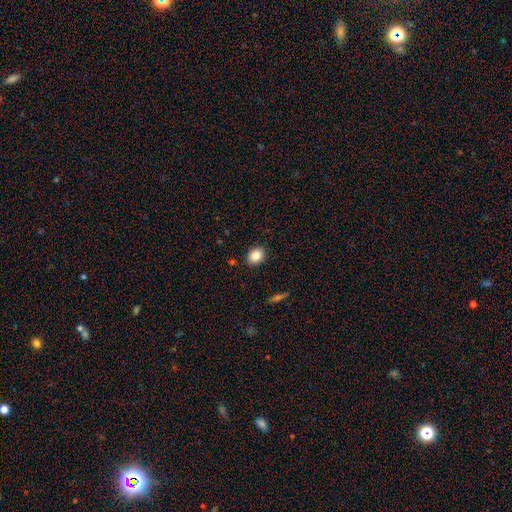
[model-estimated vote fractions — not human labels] This appears to be a smooth galaxy with no disk features (85%) that is in between round and cigar-shaped (50%). Merging: none (89%).